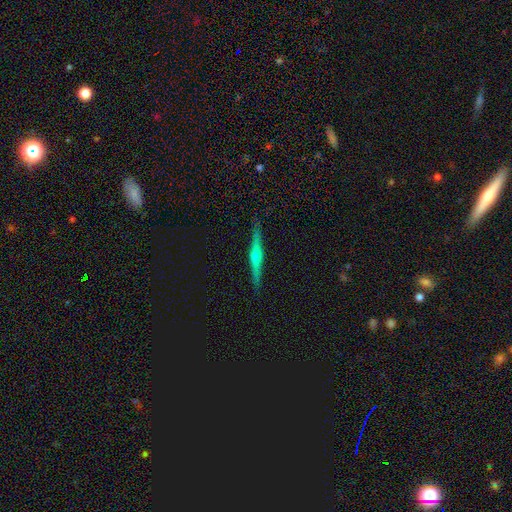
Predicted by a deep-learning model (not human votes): Overall: featured or disk (74%). Edge-on disk: yes (98%). Edge-on bulge: rounded (83%). Merging: none (91%).